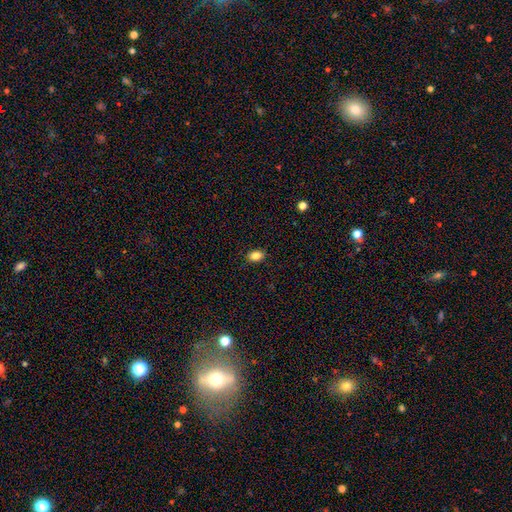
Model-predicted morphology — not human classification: smooth 84%, star or artifact 10%, featured or disk 6%. Down the decision tree: how rounded — in between (80%); merging — none (88%).